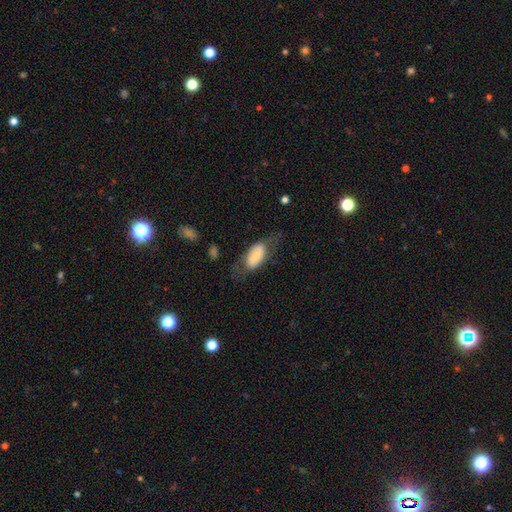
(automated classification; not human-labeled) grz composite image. It shows a smooth galaxy with no disk features (63%) that is in between round and cigar-shaped (89%). Merging: none (49%).